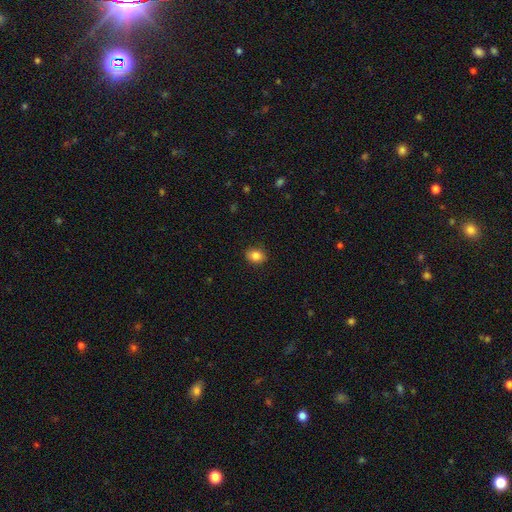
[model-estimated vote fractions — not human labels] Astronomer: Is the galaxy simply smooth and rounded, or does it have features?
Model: smooth — 84%.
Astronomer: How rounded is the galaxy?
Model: in between — 59% (runner-up: round, 40%).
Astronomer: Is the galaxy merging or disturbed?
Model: none — 88%.